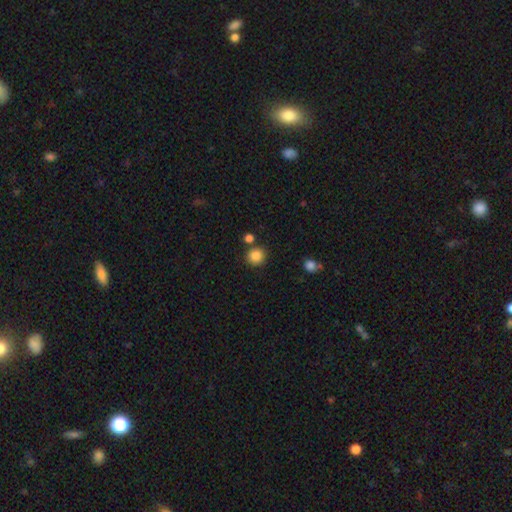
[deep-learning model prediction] Smooth or featured? Predicted: smooth (p=0.86). How rounded? Predicted: round (p=0.91). Merging? Predicted: none (p=0.82).